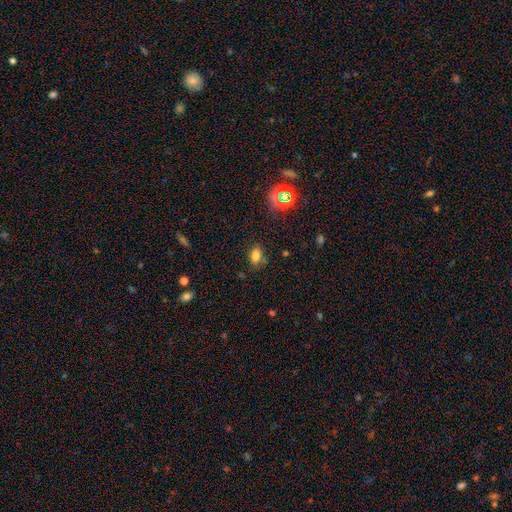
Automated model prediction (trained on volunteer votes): This is likely a smooth galaxy (75%). How rounded: clearly in between (83%). Merging: likely none (78%).